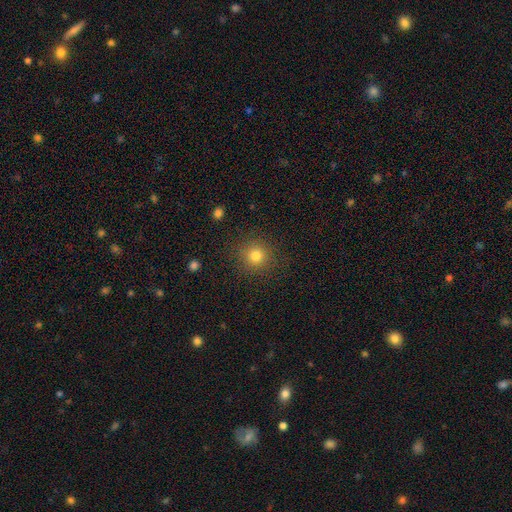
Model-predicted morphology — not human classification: Smooth or featured?
  - smooth: 81% *
  - star or artifact: 13%
  - featured or disk: 6%
How rounded?
  - round: 93% *
  - in between: 6%
  - cigar-shaped: 1%
Merging?
  - none: 89% *
  - minor disturbance: 7%
  - major disturbance: 3%
  - merger: 1%